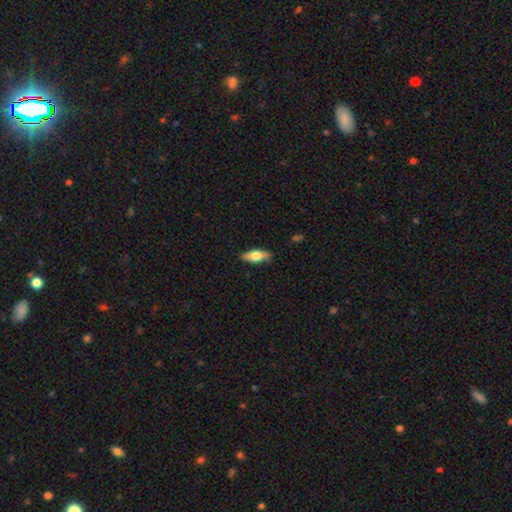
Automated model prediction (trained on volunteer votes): Q: Smooth or featured?
A: smooth (66%); runner-up: featured or disk (28%)
Q: How rounded?
A: in between (66%); runner-up: cigar-shaped (31%)
Q: Merging?
A: none (86%); runner-up: minor disturbance (11%)